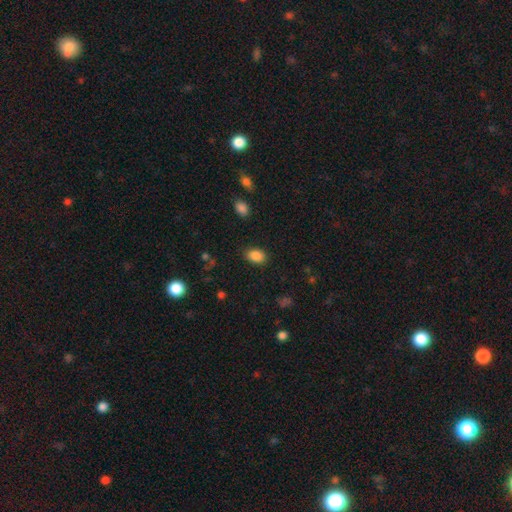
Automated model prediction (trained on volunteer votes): Q: Smooth or featured?
A: smooth (87%); runner-up: star or artifact (9%)
Q: How rounded?
A: in between (81%); runner-up: round (17%)
Q: Merging?
A: none (85%); runner-up: minor disturbance (11%)